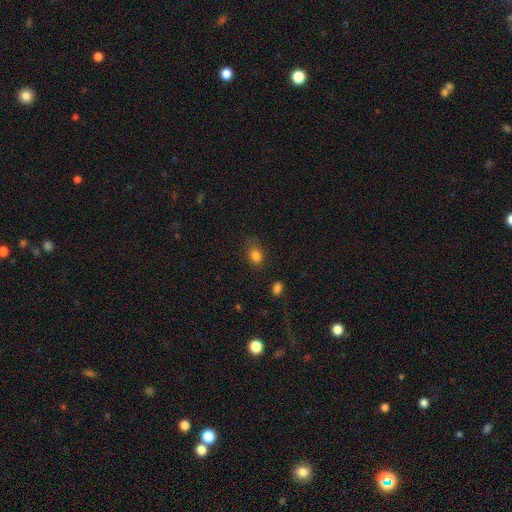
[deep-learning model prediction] Smooth or featured: smooth — 82% (star or artifact — 13%)
How rounded: in between — 57% (round — 42%)
Merging: none — 69% (minor disturbance — 22%)